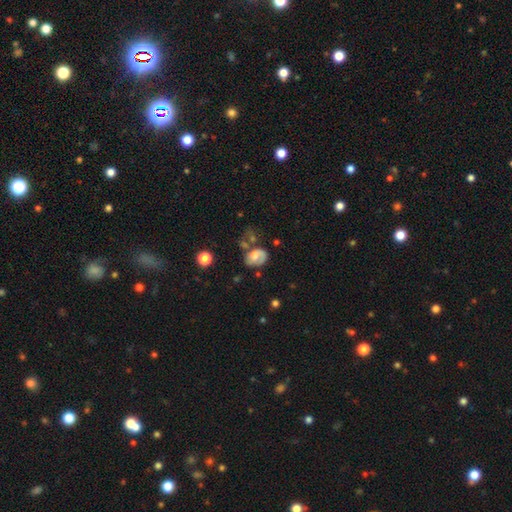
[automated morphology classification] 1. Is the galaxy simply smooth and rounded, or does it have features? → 51% smooth, 39% featured or disk, 10% star or artifact.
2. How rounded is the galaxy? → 68% in between, 31% round, 1% cigar-shaped.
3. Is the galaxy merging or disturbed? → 39% none, 26% minor disturbance, 21% major disturbance, 14% merger.